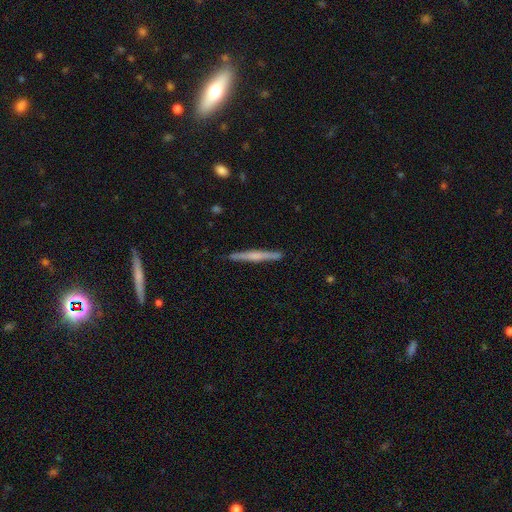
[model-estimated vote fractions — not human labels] The model was most divided on "edge-on bulge": rounded: 42%, none: 39%, boxy: 19%. More confident: edge-on disk — yes (97%); merging — none (89%); smooth or featured — featured or disk (57%).